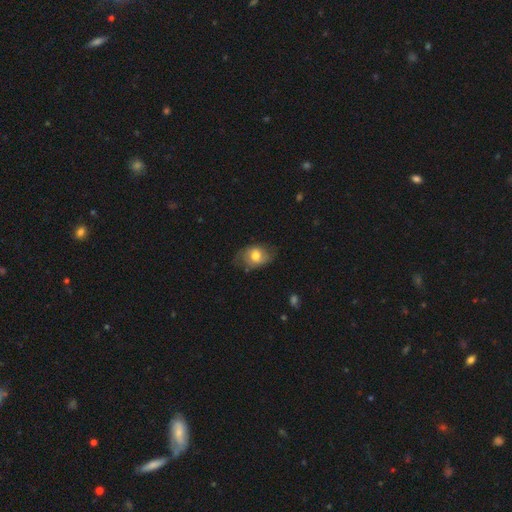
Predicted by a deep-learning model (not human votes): Smooth or featured?
  - smooth: 51% *
  - featured or disk: 41%
  - star or artifact: 7%
How rounded?
  - in between: 71% *
  - round: 28%
  - cigar-shaped: 1%
Merging?
  - none: 58% *
  - minor disturbance: 29%
  - major disturbance: 12%
  - merger: 1%